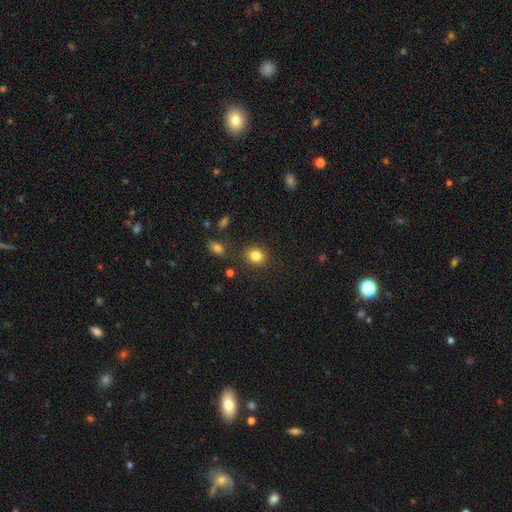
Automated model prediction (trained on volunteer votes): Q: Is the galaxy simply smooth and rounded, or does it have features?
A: smooth — 84%.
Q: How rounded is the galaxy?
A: round — 66%.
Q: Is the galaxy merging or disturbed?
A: none — 84%.